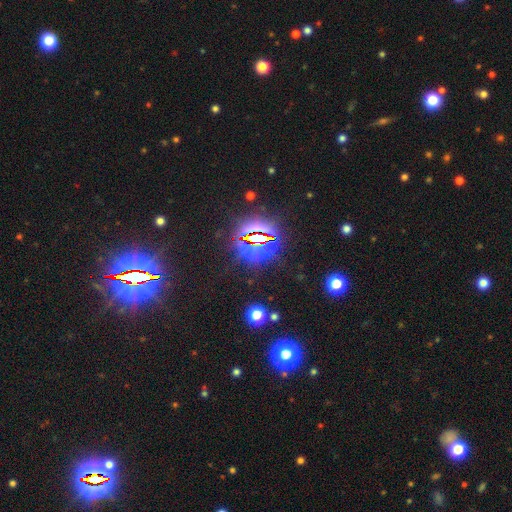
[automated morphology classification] smooth_or_featured: star or artifact (p=0.83) [alt: smooth p=0.11]